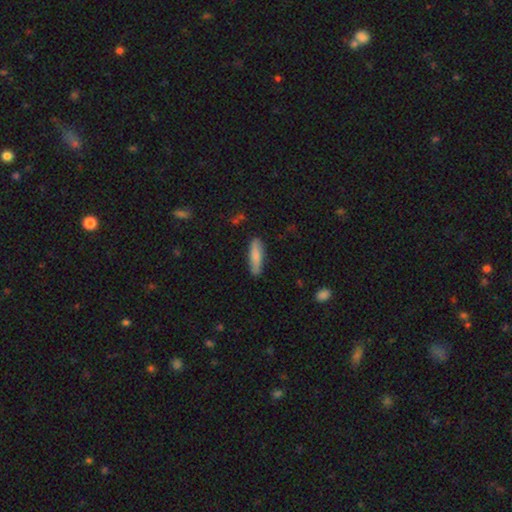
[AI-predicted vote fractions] smooth-or-featured: smooth: 79% | featured or disk: 16% | star or artifact: 6%
  how-rounded: cigar-shaped: 63% | in between: 35% | round: 2%
  merging: none: 83% | minor disturbance: 13% | major disturbance: 2% | merger: 2%